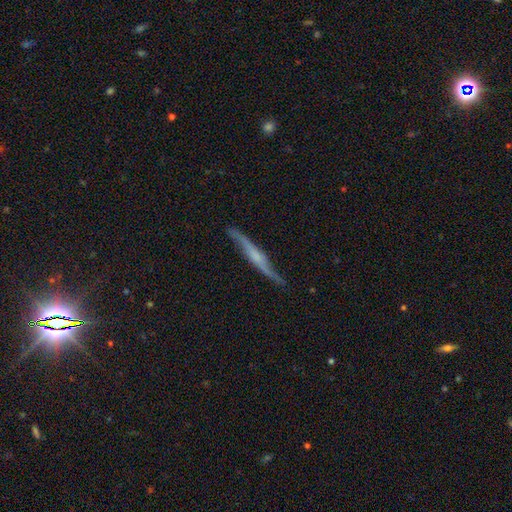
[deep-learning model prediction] Morphology: type=featured or disk (74%); edge-on=yes (80%); edge-on bulge=rounded (48%); merging=none (76%).